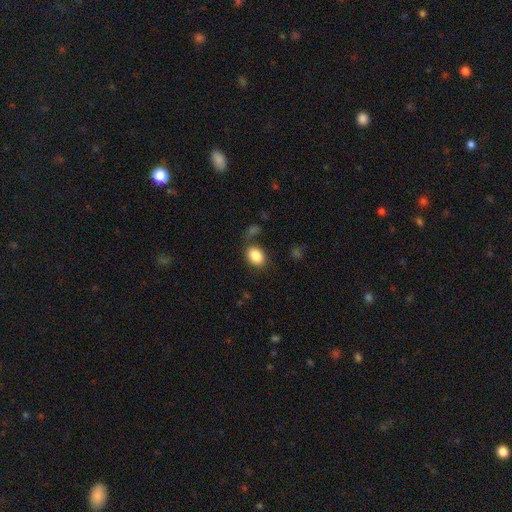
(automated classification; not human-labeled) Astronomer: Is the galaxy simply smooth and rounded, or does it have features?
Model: smooth — 86%.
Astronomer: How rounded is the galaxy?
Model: in between — 76%.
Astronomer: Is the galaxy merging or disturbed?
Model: none — 76%.